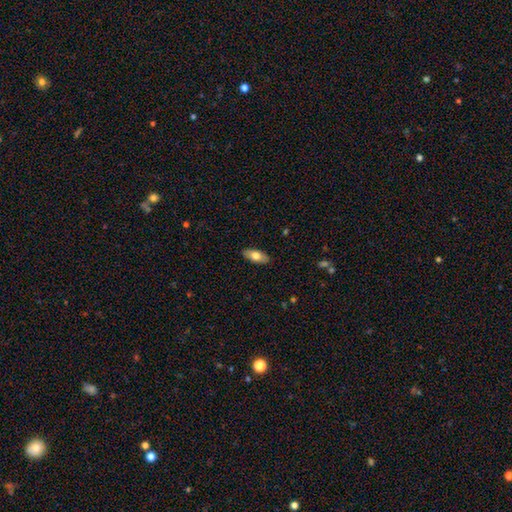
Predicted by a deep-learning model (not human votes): A smooth galaxy with no disk features (72%) that is in between round and cigar-shaped (85%). Merging: none (88%).